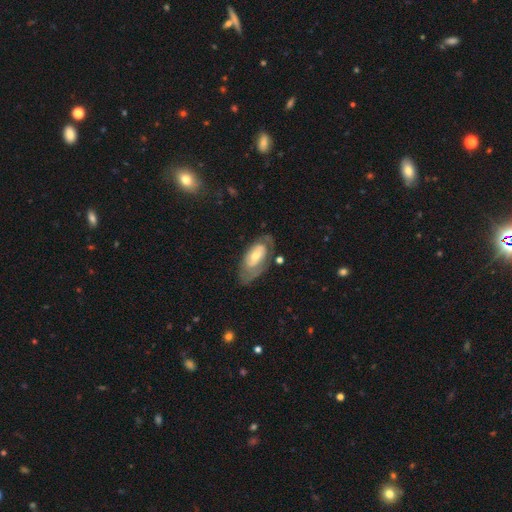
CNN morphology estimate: smooth-or-featured: featured or disk: 65% | smooth: 29% | star or artifact: 6%
  disk-edge-on: no: 89% | yes: 11%
    bar: no: 55% | weak: 32% | strong: 12%
    has-spiral-arms: yes: 63% | no: 37%
    bulge-size: moderate: 53% | small: 38% | large: 7% | none: 2% | dominant: 1%
  merging: none: 61% | minor disturbance: 22% | major disturbance: 14% | merger: 2%